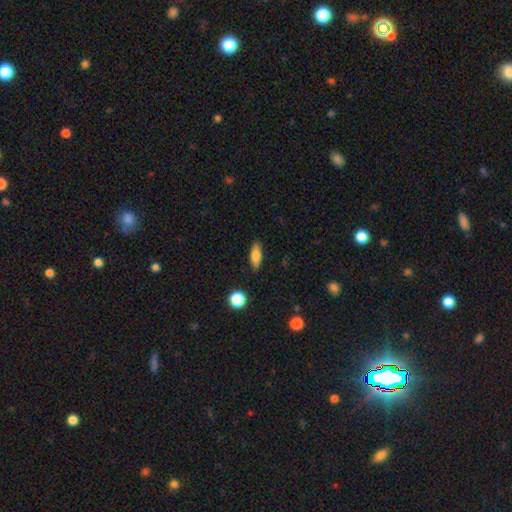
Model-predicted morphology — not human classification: This appears to be a smooth galaxy with no disk features (77%) that is in between round and cigar-shaped (61%). Merging: none (86%).